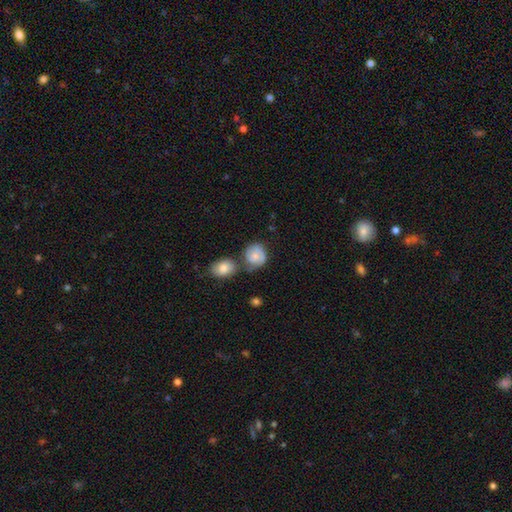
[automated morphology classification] The model was most divided on "smooth or featured": smooth: 56%, featured or disk: 37%, star or artifact: 7%. Remaining: how rounded — round (72%); merging — none (46%).